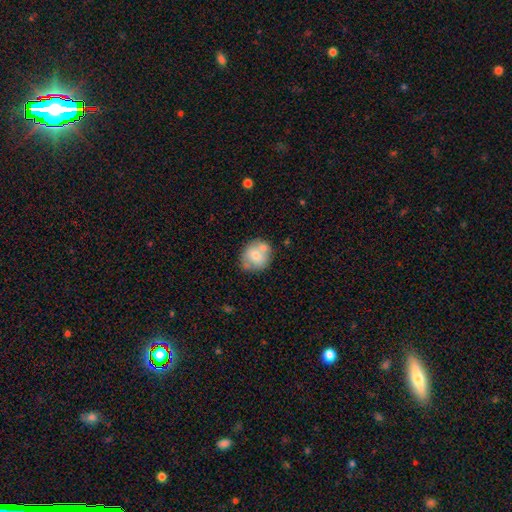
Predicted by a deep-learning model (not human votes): A smooth galaxy with no disk features (67%) that is round (77%).

Vote fractions:
- Smooth or featured? smooth: 67% / featured or disk: 26% / star or artifact: 7%
- How rounded? round: 77% / in between: 22% / cigar-shaped: 1%
- Merging? none: 51% / merger: 27% / minor disturbance: 17% / major disturbance: 5%